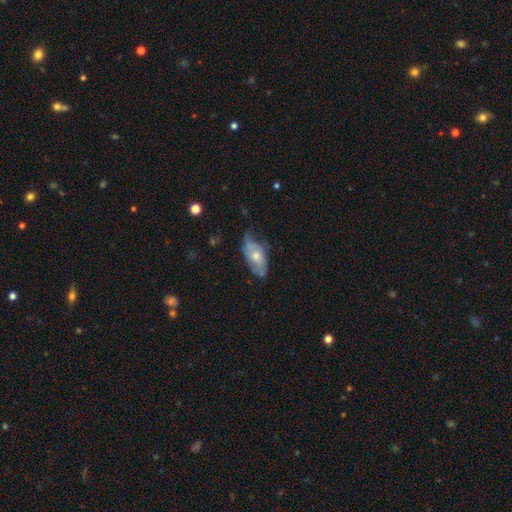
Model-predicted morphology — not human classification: smooth_or_featured: smooth (p=0.50) [alt: featured or disk p=0.44]
merging: none (p=0.48) [alt: minor disturbance p=0.36]